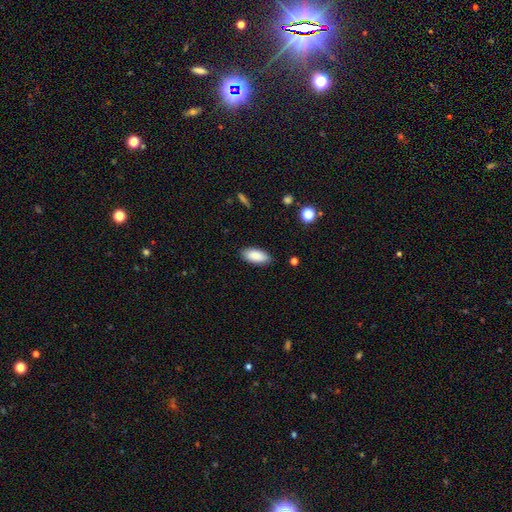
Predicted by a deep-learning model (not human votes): smooth_or_featured: smooth (p=0.89) [alt: star or artifact p=0.06]
how_rounded: in between (p=0.87) [alt: cigar-shaped p=0.11]
merging: none (p=0.86) [alt: minor disturbance p=0.10]